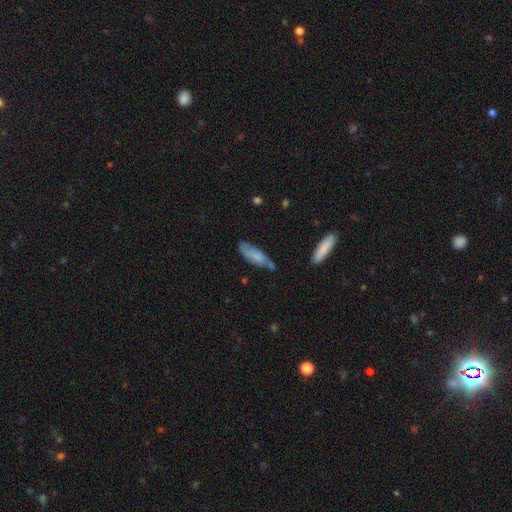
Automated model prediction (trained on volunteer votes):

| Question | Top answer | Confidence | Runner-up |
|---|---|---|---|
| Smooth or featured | smooth | 67% | featured or disk (26%) |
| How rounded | in between | 56% | cigar-shaped (42%) |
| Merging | none | 55% | minor disturbance (30%) |